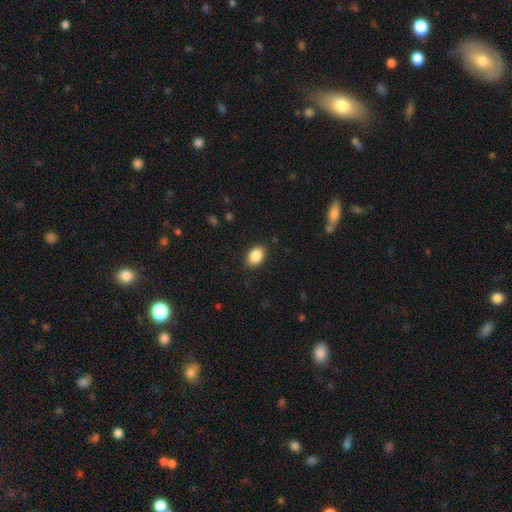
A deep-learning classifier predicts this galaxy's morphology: Smooth or featured: smooth — 88% (star or artifact — 8%)
How rounded: in between — 84% (round — 15%)
Merging: none — 87% (minor disturbance — 10%)